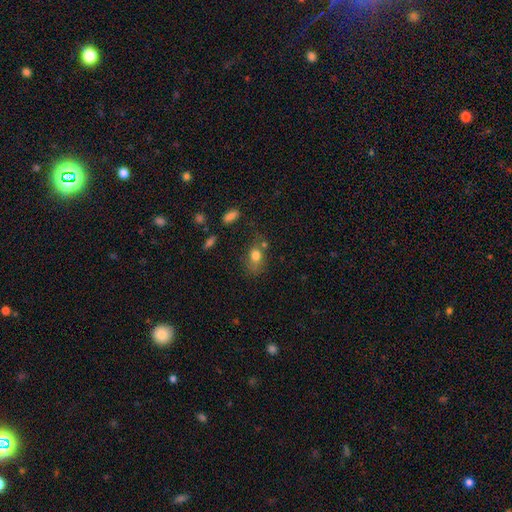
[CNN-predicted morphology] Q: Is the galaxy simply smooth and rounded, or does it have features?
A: smooth — 76%.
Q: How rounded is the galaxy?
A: in between — 69%.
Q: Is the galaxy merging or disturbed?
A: none — 51%.